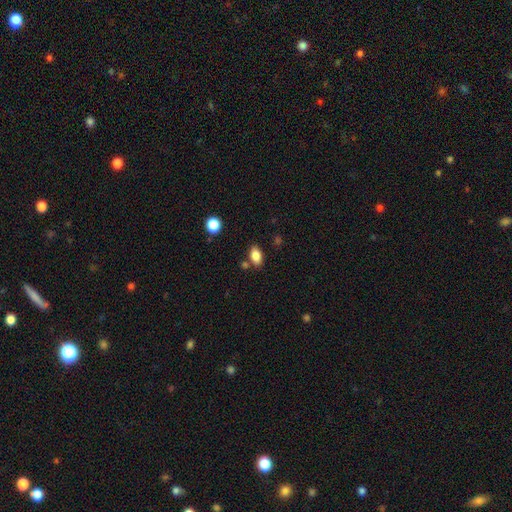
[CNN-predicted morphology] A smooth galaxy with no disk features (85%) that is in between round and cigar-shaped (89%).

Vote fractions:
- Smooth or featured? smooth: 85% / star or artifact: 9% / featured or disk: 6%
- How rounded? in between: 89% / round: 9% / cigar-shaped: 2%
- Merging? none: 77% / minor disturbance: 12% / merger: 9% / major disturbance: 3%